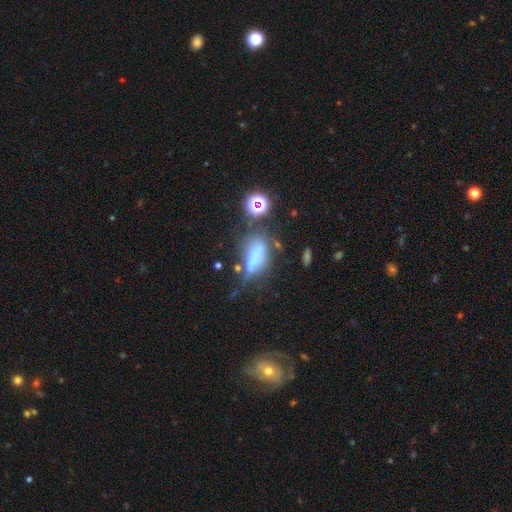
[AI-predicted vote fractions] Q: Smooth or featured?
A: smooth (41%); runner-up: featured or disk (39%)
Q: Merging?
A: none (31%); runner-up: major disturbance (25%)